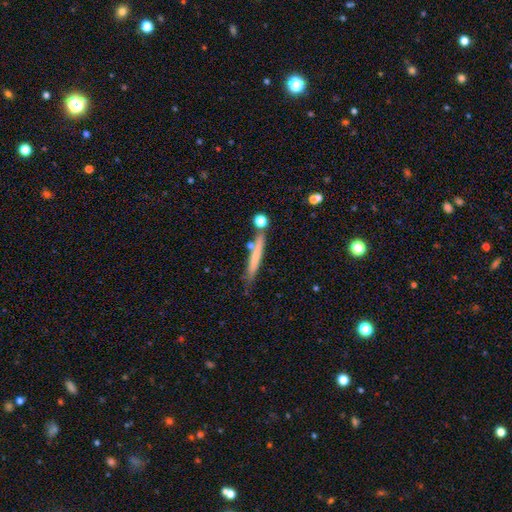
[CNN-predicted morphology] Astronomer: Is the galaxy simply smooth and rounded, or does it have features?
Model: smooth — 58% (runner-up: featured or disk, 34%).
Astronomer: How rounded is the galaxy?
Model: cigar-shaped — 93%.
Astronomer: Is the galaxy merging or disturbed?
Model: none — 68%.